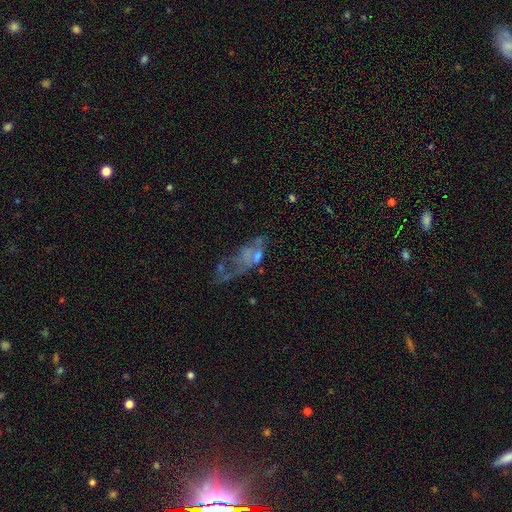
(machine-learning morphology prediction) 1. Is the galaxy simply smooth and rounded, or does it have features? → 53% featured or disk, 30% smooth, 18% star or artifact.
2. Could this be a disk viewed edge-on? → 91% no, 9% yes.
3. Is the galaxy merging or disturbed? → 41% major disturbance, 26% none, 17% merger, 16% minor disturbance.